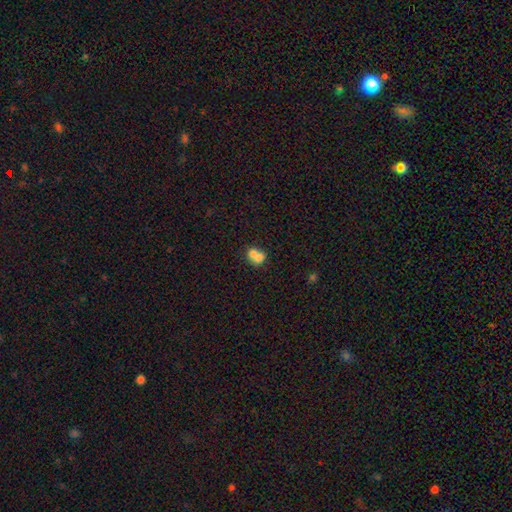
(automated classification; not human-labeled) smooth 68%, featured or disk 21%, star or artifact 10%. Down the decision tree: how rounded — round (62%); merging — merger (68%).